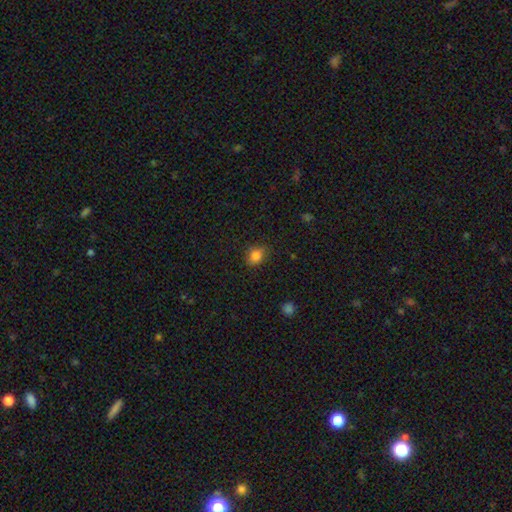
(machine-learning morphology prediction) This appears to be a smooth galaxy with no disk features (84%) that is round (55%). Merging: none (78%).